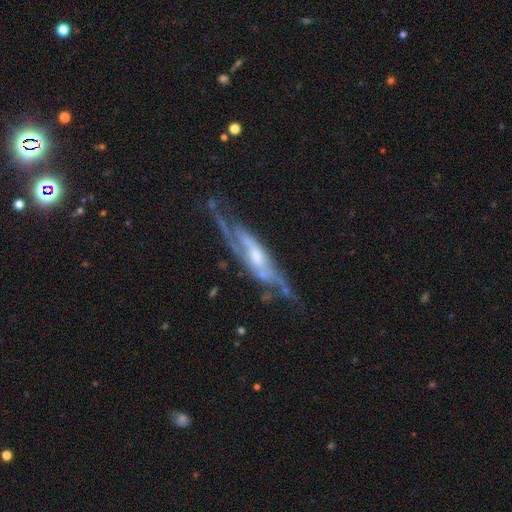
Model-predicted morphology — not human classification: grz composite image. It shows a featured or disk galaxy (85%) with no bar (43%), spiral arms (91%) and a moderate central bulge (50%). Merging: none (56%).